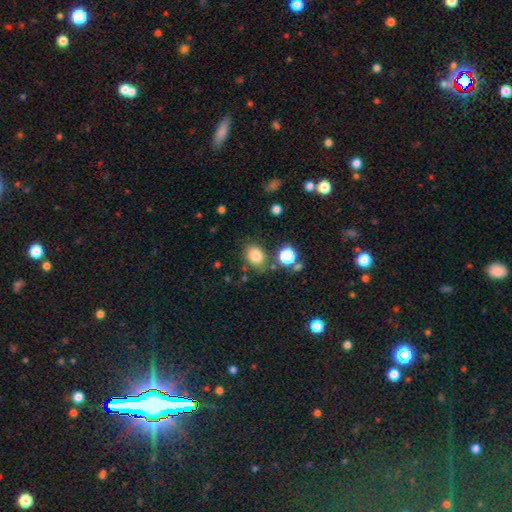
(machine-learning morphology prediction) smooth_or_featured: smooth (p=0.81) [alt: star or artifact p=0.12]
how_rounded: in between (p=0.53) [alt: round p=0.46]
merging: none (p=0.73) [alt: minor disturbance p=0.14]